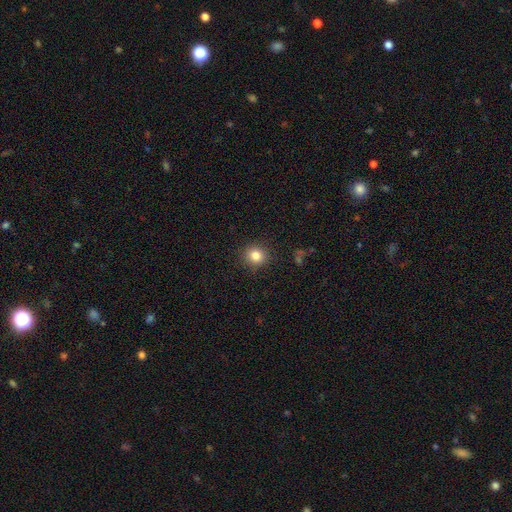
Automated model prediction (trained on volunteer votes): Q: Smooth or featured?
A: smooth (82%); runner-up: star or artifact (11%)
Q: How rounded?
A: round (88%); runner-up: in between (11%)
Q: Merging?
A: none (89%); runner-up: minor disturbance (7%)